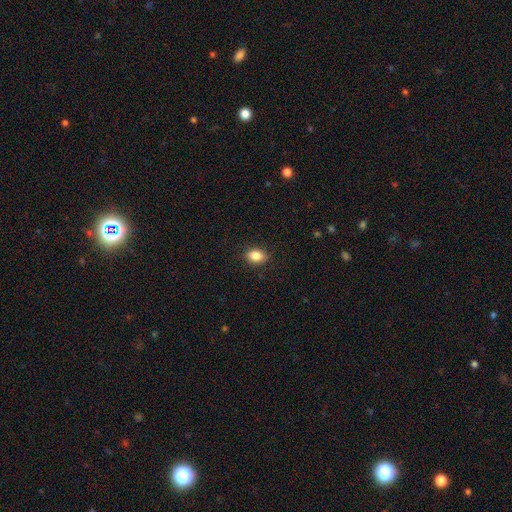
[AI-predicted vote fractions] smooth 85%, star or artifact 9%, featured or disk 6%. Down the decision tree: how rounded — in between (77%); merging — none (87%).